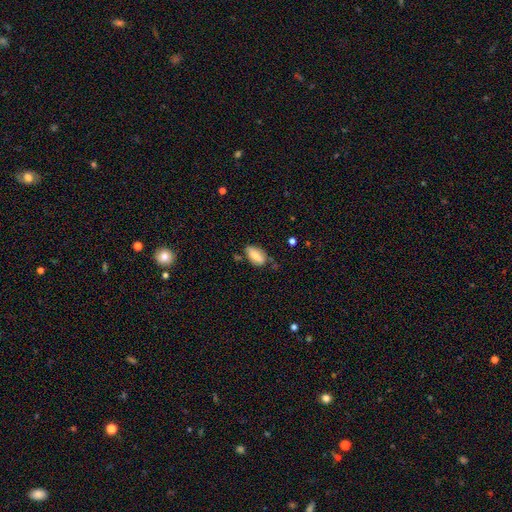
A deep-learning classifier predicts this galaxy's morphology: Overall: smooth (73%). How rounded: in between (88%). Merging: none (59%; minor disturbance 28%).